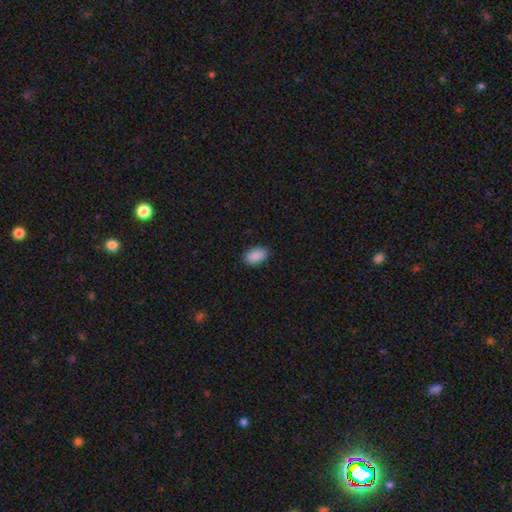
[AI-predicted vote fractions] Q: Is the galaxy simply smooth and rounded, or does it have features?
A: smooth — 91%.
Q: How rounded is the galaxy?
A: in between — 93%.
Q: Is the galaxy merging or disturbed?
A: none — 88%.